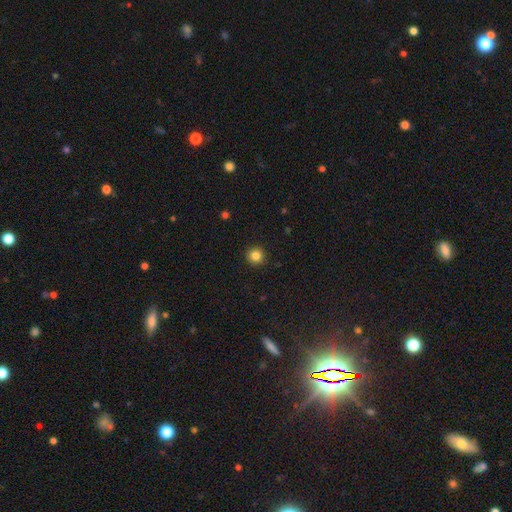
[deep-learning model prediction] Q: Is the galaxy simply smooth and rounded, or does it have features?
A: smooth — 84%.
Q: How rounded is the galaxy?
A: round — 95%.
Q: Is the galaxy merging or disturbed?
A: none — 93%.